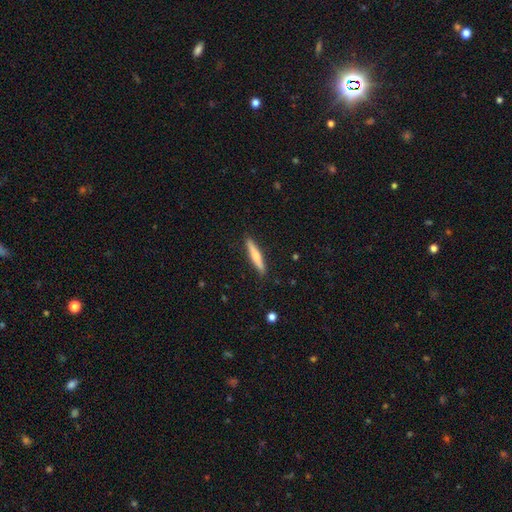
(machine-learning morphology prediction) Q: Smooth or featured?
A: smooth (59%); runner-up: featured or disk (36%)
Q: How rounded?
A: cigar-shaped (92%); runner-up: in between (7%)
Q: Merging?
A: none (90%); runner-up: minor disturbance (7%)